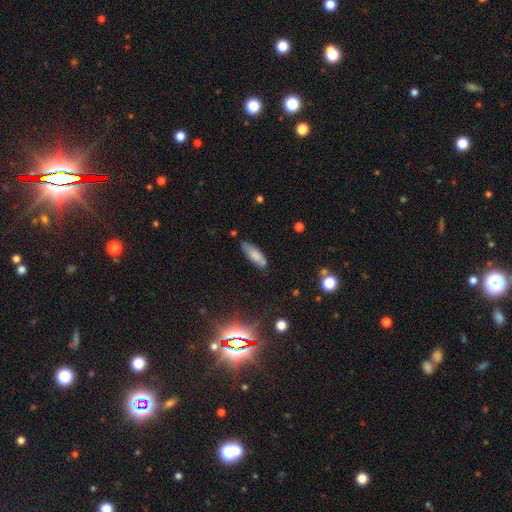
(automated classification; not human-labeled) A smooth galaxy with no disk features (78%) that is in between round and cigar-shaped (54%). Merging: none (75%).